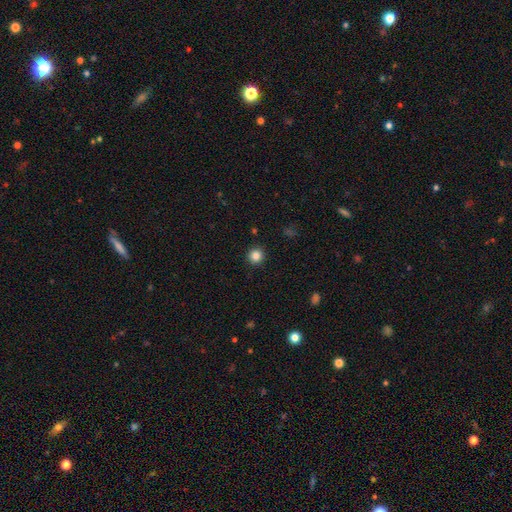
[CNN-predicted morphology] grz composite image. It shows a smooth galaxy with no disk features (84%) that is round (95%). Merging: none (93%).